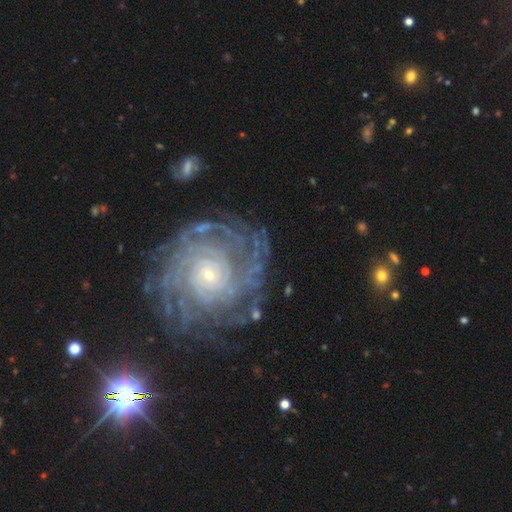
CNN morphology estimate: Smooth or featured? Predicted: featured or disk (p=0.85). Edge-on disk? Predicted: no (p=0.97). Bar? Predicted: no (p=0.77). Spiral arms? Predicted: yes (p=0.96). Spiral winding? Predicted: tight (p=0.79). Spiral arm count? Predicted: can't tell (p=0.32). Bulge size? Predicted: small (p=0.78). Merging? Predicted: none (p=0.79).